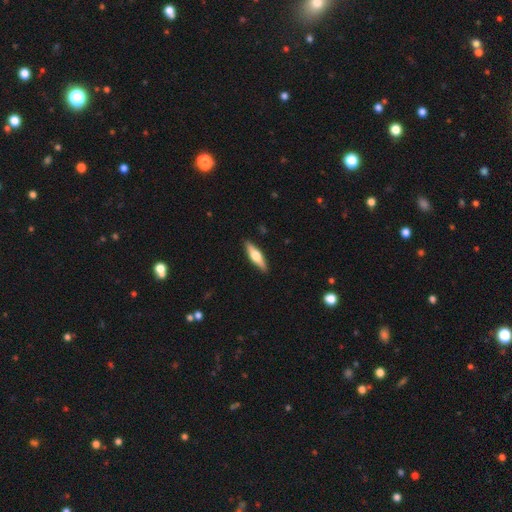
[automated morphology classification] Smooth or featured? featured or disk (49%)
Merging? none (90%)